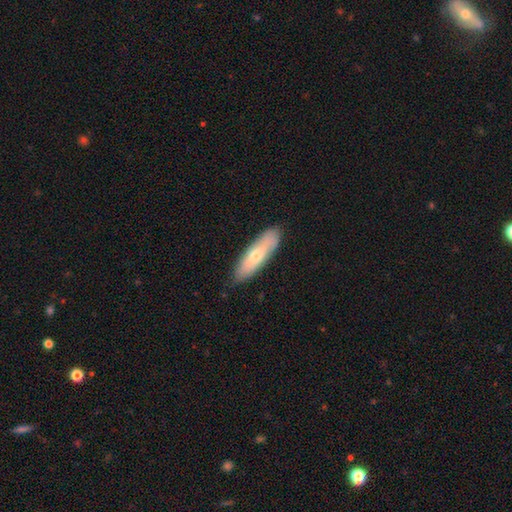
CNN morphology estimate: smooth 55%, featured or disk 37%, star or artifact 8%. Down the decision tree: how rounded — cigar-shaped (59%); merging — none (86%).